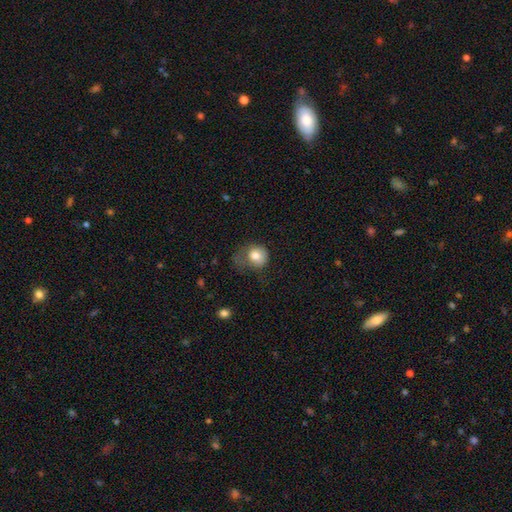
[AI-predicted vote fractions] Smooth or featured?
  - smooth: 79% *
  - featured or disk: 13%
  - star or artifact: 9%
How rounded?
  - round: 76% *
  - in between: 23%
  - cigar-shaped: 1%
Merging?
  - major disturbance: 35% *
  - none: 32%
  - minor disturbance: 30%
  - merger: 3%